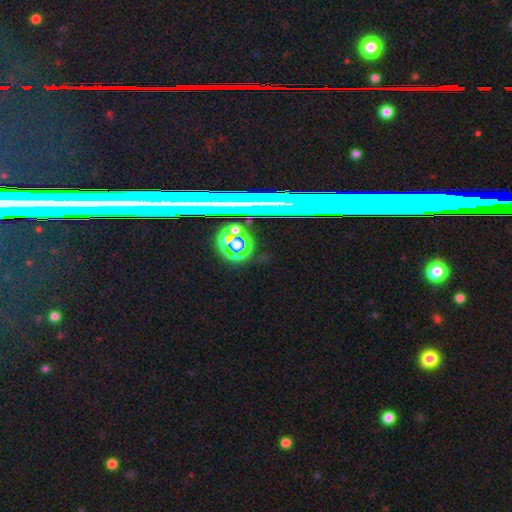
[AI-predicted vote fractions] A star or artifact, not a galaxy (67%).

Vote fractions:
- Smooth or featured? star or artifact: 67% / featured or disk: 17% / smooth: 16%